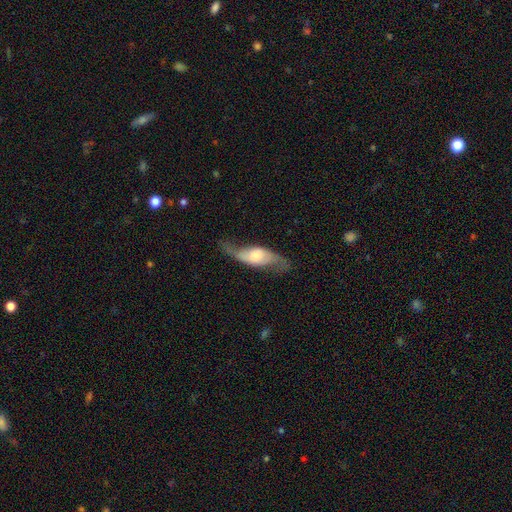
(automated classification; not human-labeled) Morphology: type=featured or disk (70%); edge-on=no (81%); bar=no (60%); spiral arms=yes (88%); bulge=moderate (44%); merging=none (63%).